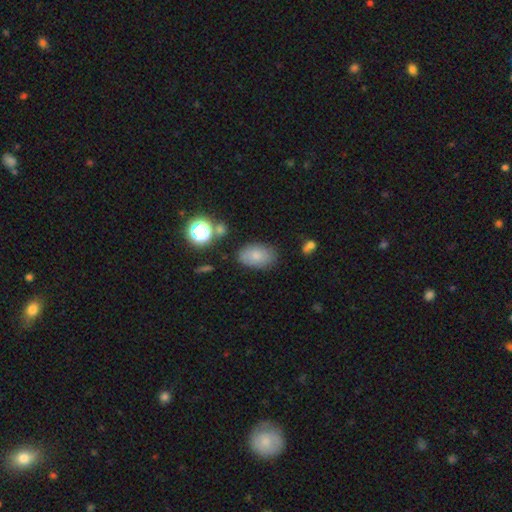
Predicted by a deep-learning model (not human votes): smooth-or-featured: smooth: 76% | featured or disk: 13% | star or artifact: 10%
  how-rounded: in between: 89% | round: 10% | cigar-shaped: 1%
  merging: none: 76% | minor disturbance: 16% | major disturbance: 4% | merger: 4%